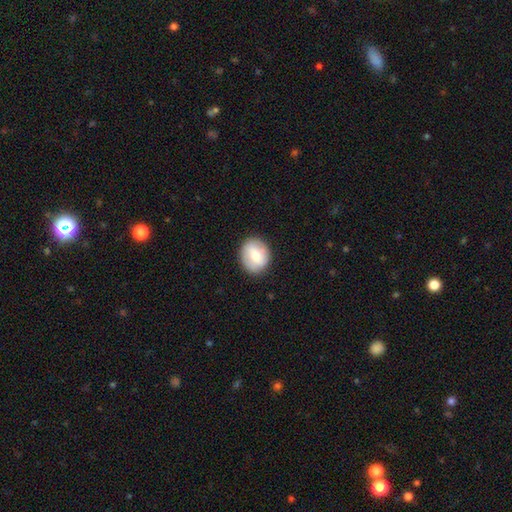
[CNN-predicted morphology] Smooth or featured?
  - smooth: 65% *
  - featured or disk: 28%
  - star or artifact: 7%
How rounded?
  - round: 66% *
  - in between: 33%
  - cigar-shaped: 1%
Merging?
  - none: 86% *
  - minor disturbance: 10%
  - major disturbance: 3%
  - merger: 1%